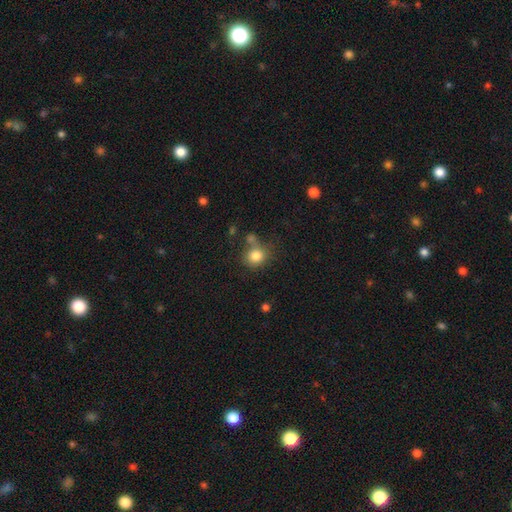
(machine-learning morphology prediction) A smooth galaxy with no disk features (82%) that is round (77%).

Vote fractions:
- Smooth or featured? smooth: 82% / star or artifact: 11% / featured or disk: 7%
- How rounded? round: 77% / in between: 22% / cigar-shaped: 1%
- Merging? none: 60% / merger: 18% / minor disturbance: 15% / major disturbance: 6%